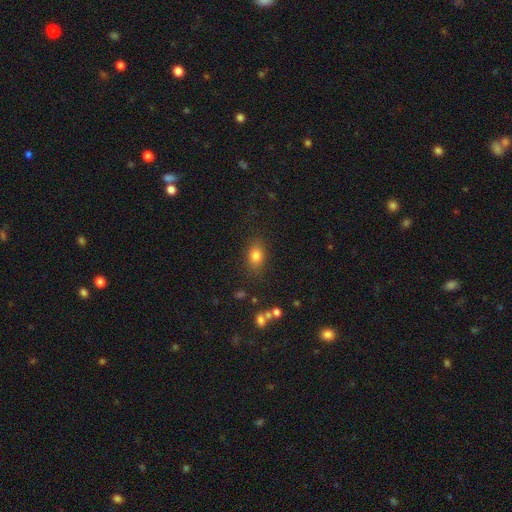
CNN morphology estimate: Smooth or featured?
  - smooth: 80% *
  - star or artifact: 11%
  - featured or disk: 9%
How rounded?
  - in between: 73% *
  - round: 24%
  - cigar-shaped: 2%
Merging?
  - none: 83% *
  - minor disturbance: 11%
  - major disturbance: 4%
  - merger: 2%